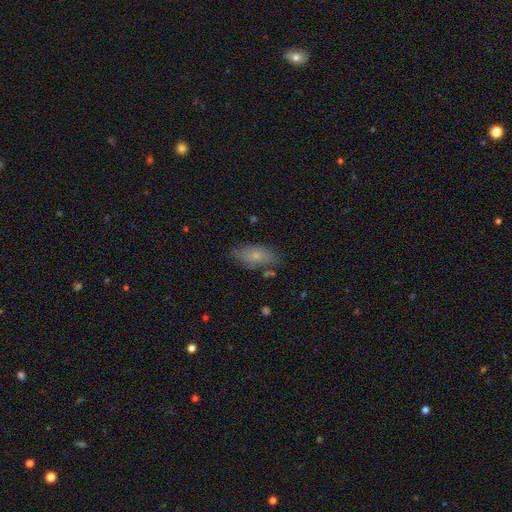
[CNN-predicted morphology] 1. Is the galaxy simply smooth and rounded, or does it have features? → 68% smooth, 24% featured or disk, 8% star or artifact.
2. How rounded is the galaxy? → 86% in between, 10% cigar-shaped, 4% round.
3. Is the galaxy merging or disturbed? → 74% none, 18% minor disturbance, 4% major disturbance, 4% merger.